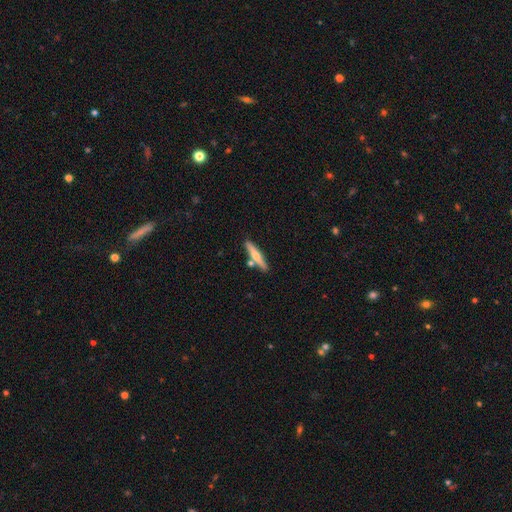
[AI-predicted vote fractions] This is possibly a smooth galaxy (49%). Merging: likely none (78%).